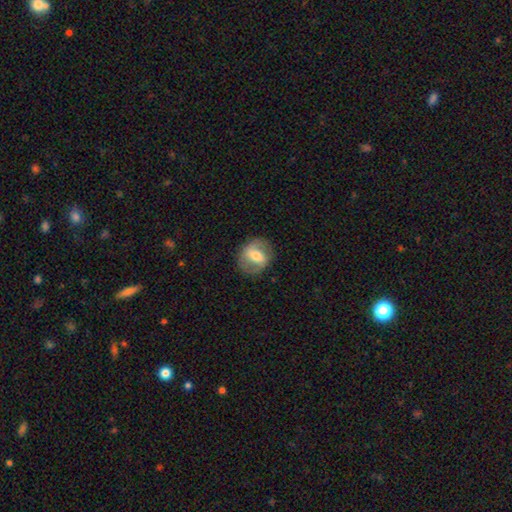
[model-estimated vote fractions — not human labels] A featured or disk galaxy (48%).

Vote fractions:
- Smooth or featured? featured or disk: 48% / smooth: 45% / star or artifact: 7%
- Merging? none: 80% / minor disturbance: 13% / major disturbance: 6% / merger: 1%